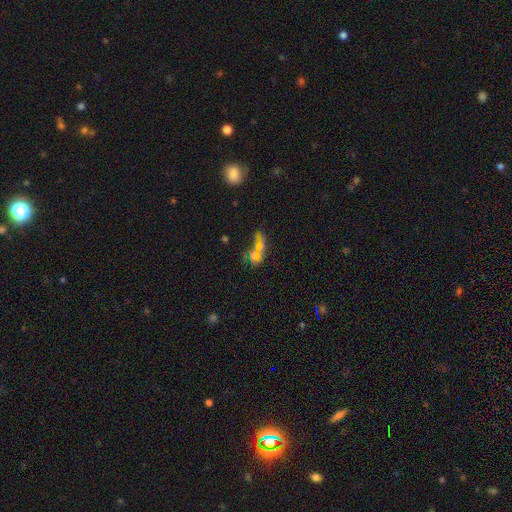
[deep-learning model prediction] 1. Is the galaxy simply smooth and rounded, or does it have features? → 39% smooth, 34% star or artifact, 26% featured or disk.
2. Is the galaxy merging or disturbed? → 39% none, 24% merger, 20% major disturbance, 17% minor disturbance.